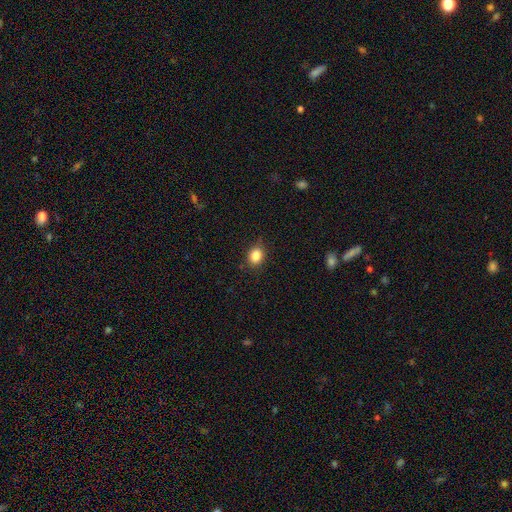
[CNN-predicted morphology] A smooth galaxy with no disk features (85%) that is in between round and cigar-shaped (58%). Merging: none (84%).